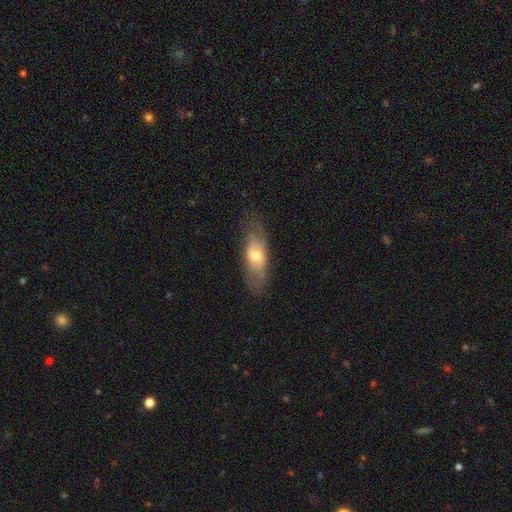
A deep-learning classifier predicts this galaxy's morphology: smooth_or_featured: smooth (p=0.50) [alt: featured or disk p=0.43]
merging: none (p=0.70) [alt: minor disturbance p=0.20]